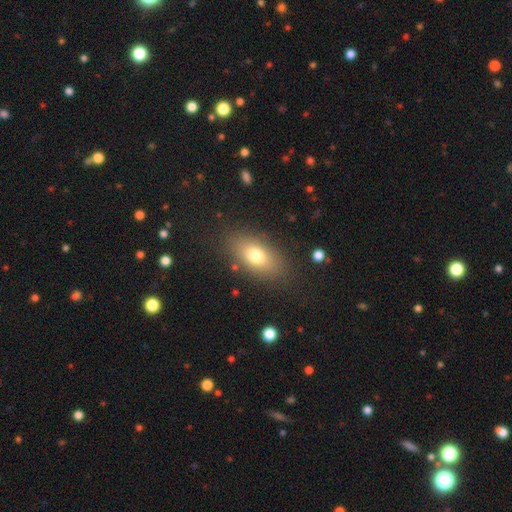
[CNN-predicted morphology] smooth_or_featured: smooth (p=0.74) [alt: featured or disk p=0.16]
how_rounded: in between (p=0.86) [alt: round p=0.09]
merging: none (p=0.83) [alt: minor disturbance p=0.11]